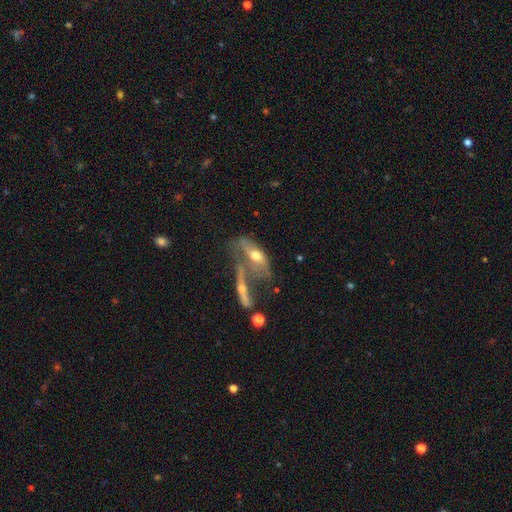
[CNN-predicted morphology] A featured or disk galaxy (54%).

Vote fractions:
- Smooth or featured? featured or disk: 54% / smooth: 37% / star or artifact: 9%
- Edge-on disk? no: 64% / yes: 36%
- Merging? merger: 58% / major disturbance: 18% / none: 15% / minor disturbance: 10%